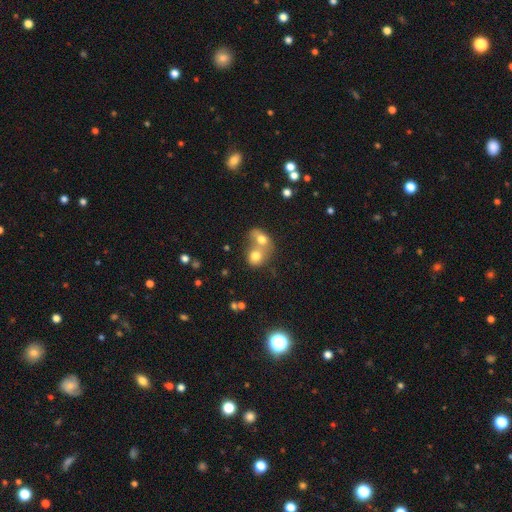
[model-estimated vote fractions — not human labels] Smooth or featured? smooth (72%)
How rounded? round (59%)
Merging? merger (73%)